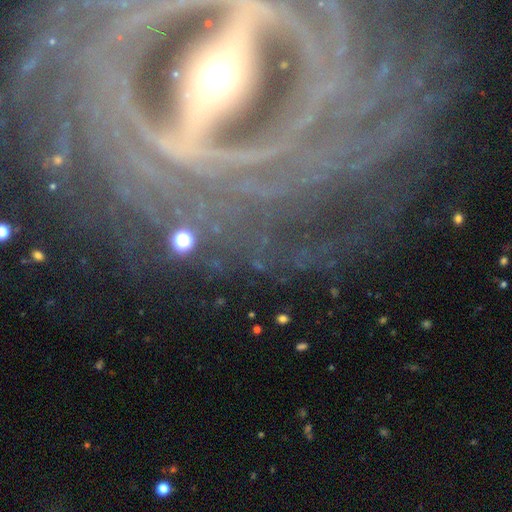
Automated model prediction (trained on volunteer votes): smooth_or_featured: featured or disk (p=0.90) [alt: star or artifact p=0.06]
disk_edge_on: no (p=0.79) [alt: yes p=0.21]
bar: strong (p=0.84) [alt: weak p=0.10]
has_spiral_arms: yes (p=0.87) [alt: no p=0.13]
spiral_winding: tight (p=0.74) [alt: medium p=0.18]
spiral_arm_count: can't tell (p=0.28) [alt: more than 4 p=0.21]
bulge_size: moderate (p=0.58) [alt: small p=0.25]
merging: none (p=0.77) [alt: minor disturbance p=0.12]